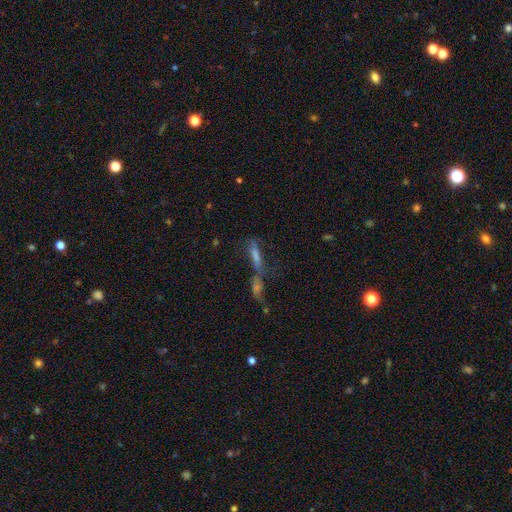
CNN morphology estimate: A featured or disk galaxy (39%, tied with smooth).

Vote fractions:
- Smooth or featured? featured or disk: 39% (tied) / smooth: 39% (tied) / star or artifact: 23%
- Merging? merger: 53% / none: 28% / major disturbance: 9% / minor disturbance: 9%